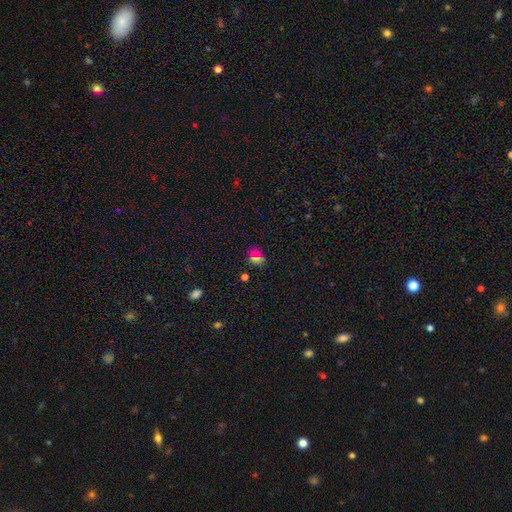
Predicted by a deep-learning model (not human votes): Smooth or featured? Predicted: smooth (p=0.65). How rounded? Predicted: round (p=0.65). Merging? Predicted: none (p=0.80).